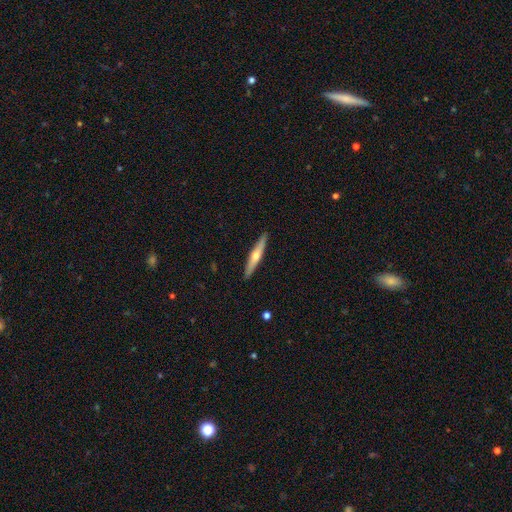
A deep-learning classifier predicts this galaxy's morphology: This appears to be a featured or disk galaxy (58%) viewed edge-on (95%) with a rounded central bulge (90%). Merging: none (91%).